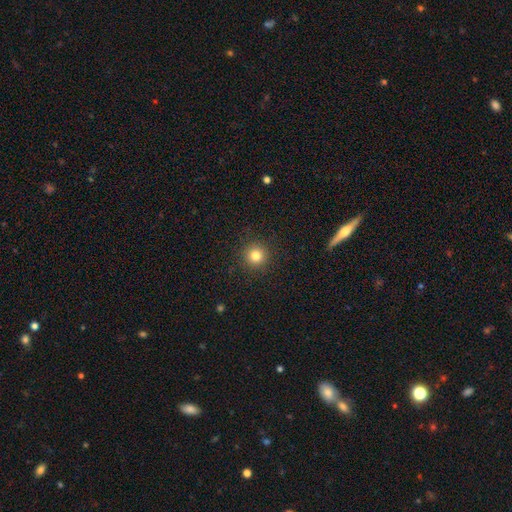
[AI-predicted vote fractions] A smooth galaxy with no disk features (81%) that is round (95%).

Vote fractions:
- Smooth or featured? smooth: 81% / star or artifact: 13% / featured or disk: 6%
- How rounded? round: 95% / in between: 4% / cigar-shaped: 1%
- Merging? none: 92% / minor disturbance: 5% / major disturbance: 2% / merger: 1%